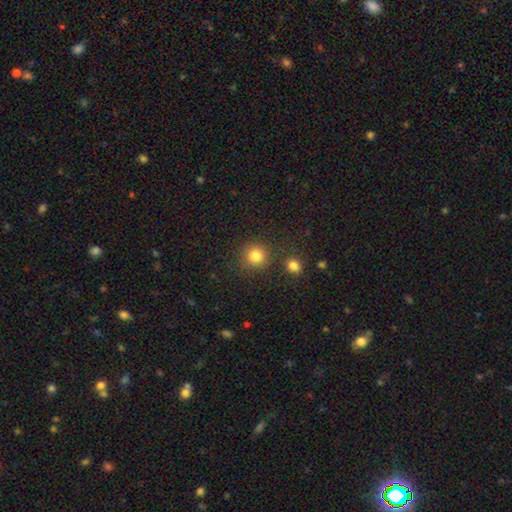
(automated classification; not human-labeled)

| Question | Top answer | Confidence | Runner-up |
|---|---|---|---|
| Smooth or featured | smooth | 83% | star or artifact (12%) |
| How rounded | round | 91% | in between (8%) |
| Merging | none | 83% | minor disturbance (8%) |